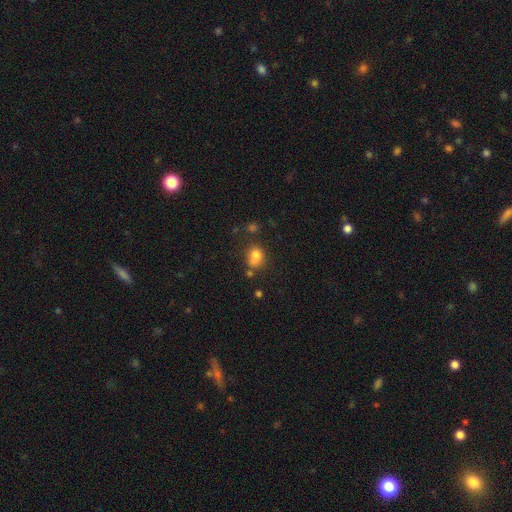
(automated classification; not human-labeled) Smooth or featured?
  - smooth: 76% *
  - star or artifact: 13%
  - featured or disk: 11%
How rounded?
  - round: 61% *
  - in between: 38%
  - cigar-shaped: 1%
Merging?
  - none: 46% *
  - merger: 27%
  - minor disturbance: 19%
  - major disturbance: 8%